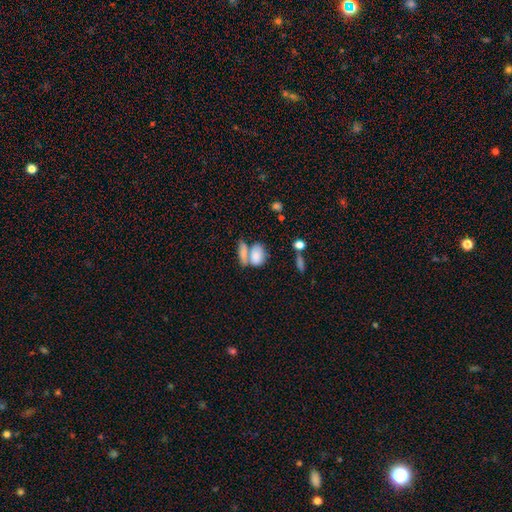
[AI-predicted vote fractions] Q: Smooth or featured?
A: smooth (78%); runner-up: featured or disk (14%)
Q: How rounded?
A: in between (79%); runner-up: round (17%)
Q: Merging?
A: merger (52%); runner-up: none (32%)